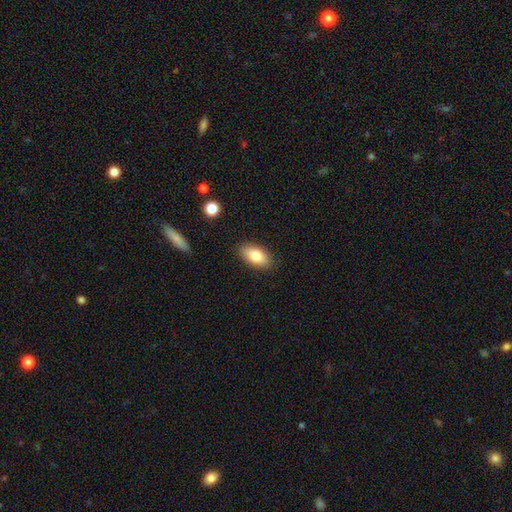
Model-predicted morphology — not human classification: smooth-or-featured: smooth: 83% | featured or disk: 10% | star or artifact: 7%
  how-rounded: in between: 91% | cigar-shaped: 6% | round: 3%
  merging: none: 87% | minor disturbance: 9% | major disturbance: 2% | merger: 1%